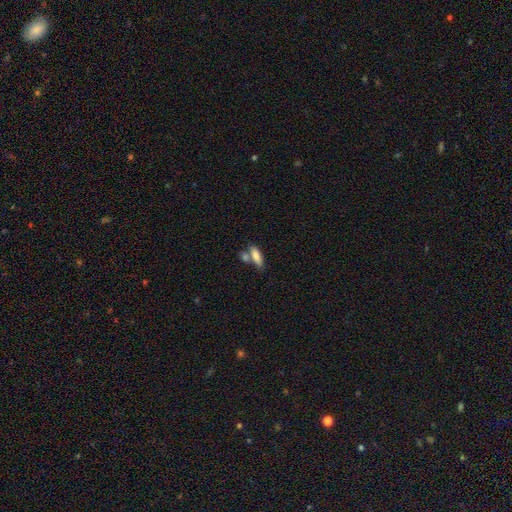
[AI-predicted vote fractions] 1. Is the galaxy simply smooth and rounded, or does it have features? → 78% smooth, 15% featured or disk, 7% star or artifact.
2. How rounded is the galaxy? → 62% in between, 35% cigar-shaped, 3% round.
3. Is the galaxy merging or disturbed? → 49% none, 34% merger, 13% minor disturbance, 4% major disturbance.